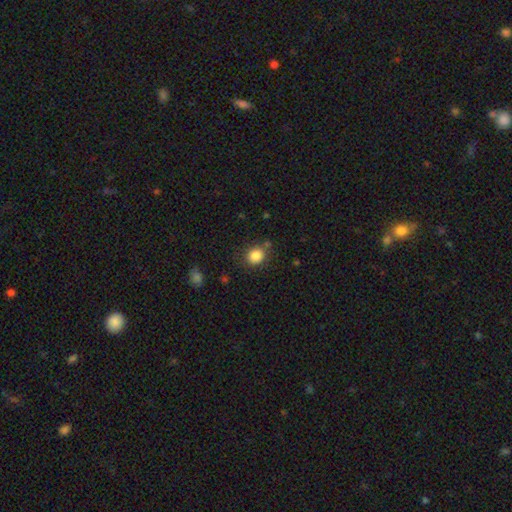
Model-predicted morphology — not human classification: This appears to be a smooth galaxy with no disk features (85%) that is round (72%). Merging: none (78%).